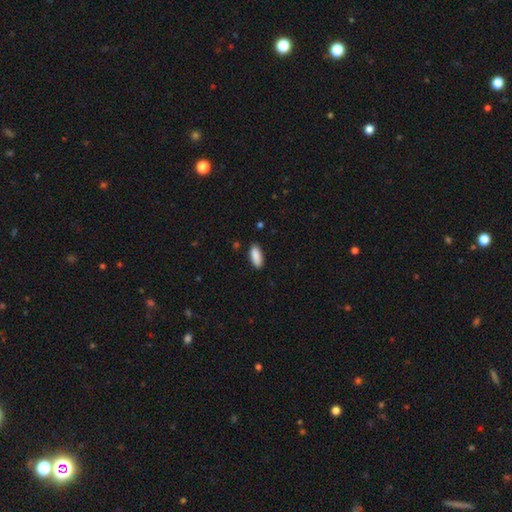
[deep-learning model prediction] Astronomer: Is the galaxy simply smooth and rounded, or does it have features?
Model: smooth — 90%.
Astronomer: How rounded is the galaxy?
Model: in between — 81%.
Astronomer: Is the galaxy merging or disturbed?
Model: none — 87%.